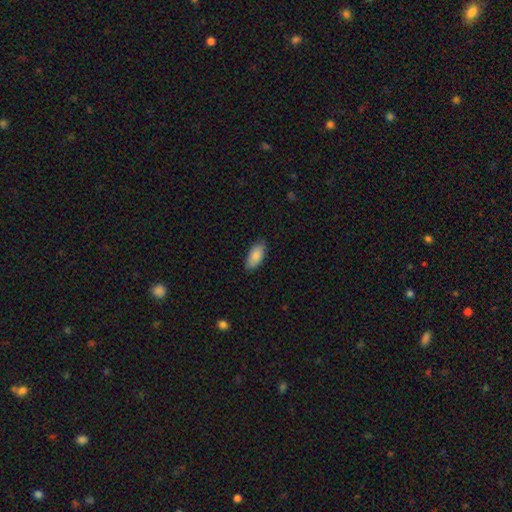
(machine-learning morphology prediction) This appears to be a smooth galaxy with no disk features (86%) that is in between round and cigar-shaped (92%). Merging: none (84%).